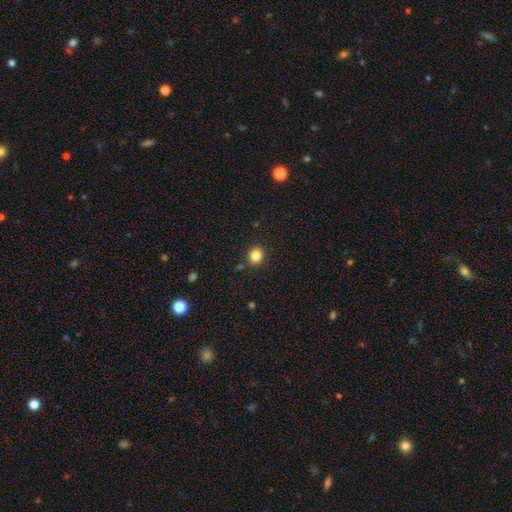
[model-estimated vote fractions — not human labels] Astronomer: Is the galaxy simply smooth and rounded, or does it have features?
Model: smooth — 83%.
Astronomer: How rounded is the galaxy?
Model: round — 79%.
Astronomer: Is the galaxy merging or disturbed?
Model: none — 88%.